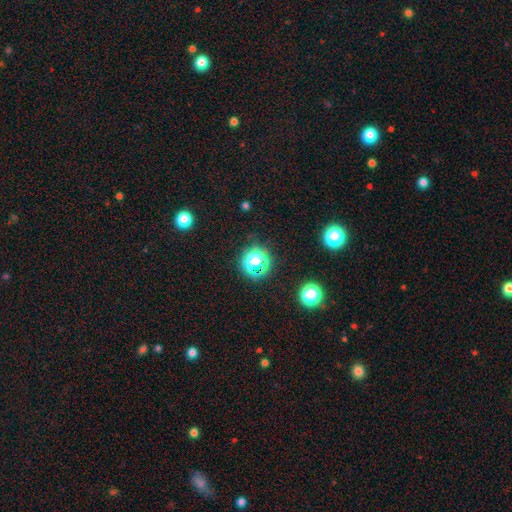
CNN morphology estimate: Smooth or featured?
  - star or artifact: 70% *
  - smooth: 24%
  - featured or disk: 7%